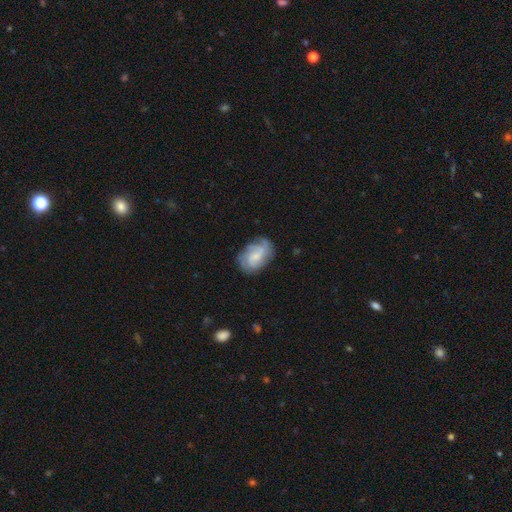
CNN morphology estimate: Overall: featured or disk (60%; smooth 33%). Edge-on disk: no (97%). Bar: no (55%; weak 39%). Spiral arms: yes (86%). Bulge size: small (43%; moderate 27%). Merging: none (66%).